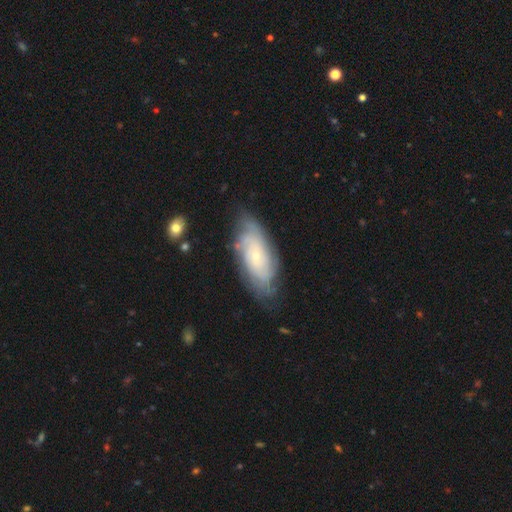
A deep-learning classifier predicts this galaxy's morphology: A featured or disk galaxy (72%) with no bar (79%), tight (70%) spiral arms (91%) and a small central bulge (81%).

Vote fractions:
- Smooth or featured? featured or disk: 72% / smooth: 22% / star or artifact: 6%
- Edge-on disk? no: 91% / yes: 9%
- Bar? no: 79% / weak: 17% / strong: 4%
- Spiral arms? yes: 91% / no: 9%
- Spiral winding? tight: 70% / medium: 23% / loose: 7%
- Spiral arm count? can't tell: 51% / 4: 14% / 2: 13% / 3: 11% / more than 4: 7% / 1: 4%
- Bulge size? small: 81% / moderate: 15% / none: 2% / large: 1% / dominant: 1%
- Merging? none: 75% / minor disturbance: 18% / major disturbance: 5% / merger: 2%